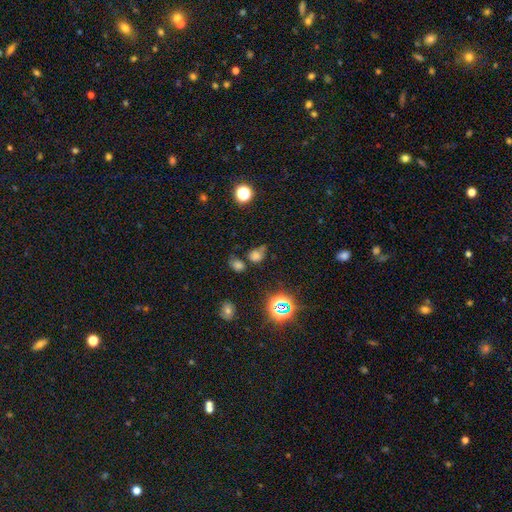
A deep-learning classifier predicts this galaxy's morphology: This appears to be a smooth galaxy with no disk features (61%) that is round (57%). Merging: none (45%).